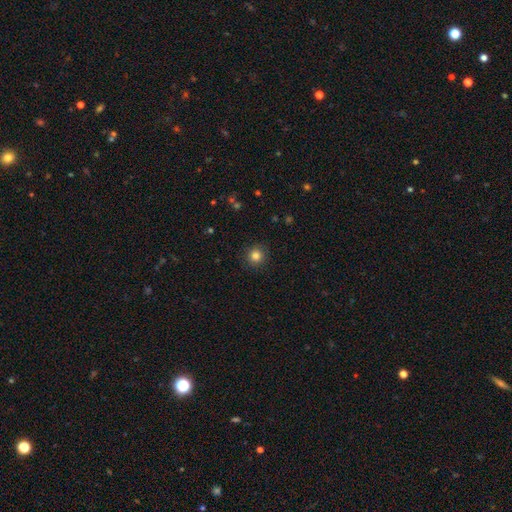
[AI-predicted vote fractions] Morphology: type=smooth (83%); roundness=round (93%); merging=none (91%).